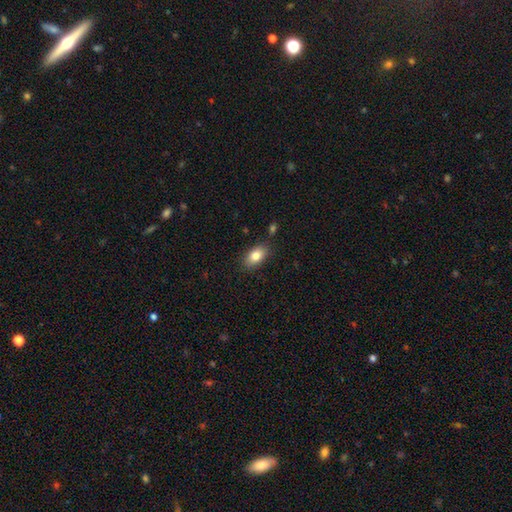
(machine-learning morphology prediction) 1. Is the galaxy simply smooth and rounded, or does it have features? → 84% smooth, 9% featured or disk, 8% star or artifact.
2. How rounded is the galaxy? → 90% in between, 7% round, 3% cigar-shaped.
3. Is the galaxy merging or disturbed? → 83% none, 11% minor disturbance, 3% merger, 3% major disturbance.